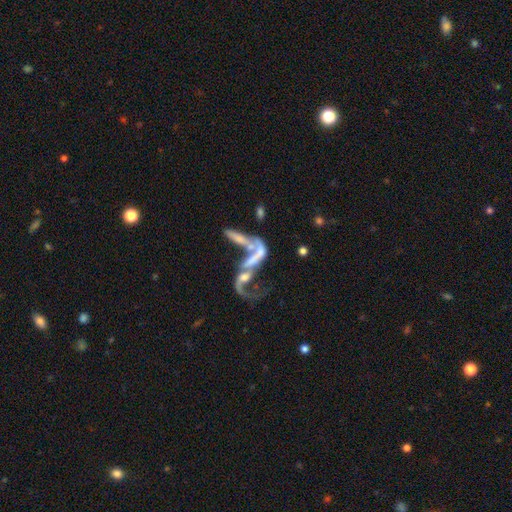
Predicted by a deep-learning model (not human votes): This appears to be a featured or disk galaxy (70%) with no bar (63%), spiral arms (54%) and no central bulge (42%). Merging: merger (63%).